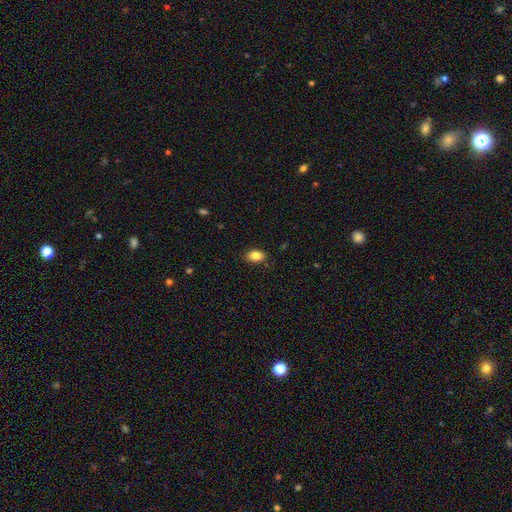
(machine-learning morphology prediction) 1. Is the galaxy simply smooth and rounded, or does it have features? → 85% smooth, 9% star or artifact, 6% featured or disk.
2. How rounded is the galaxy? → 86% in between, 13% round, 2% cigar-shaped.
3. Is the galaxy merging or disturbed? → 87% none, 10% minor disturbance, 2% major disturbance, 1% merger.